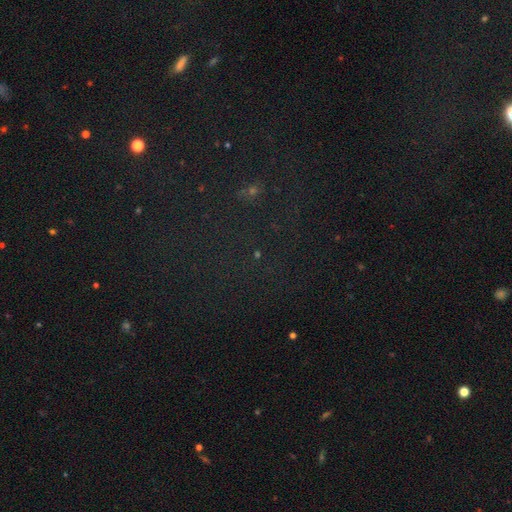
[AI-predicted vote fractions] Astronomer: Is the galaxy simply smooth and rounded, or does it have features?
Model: star or artifact — 72%.